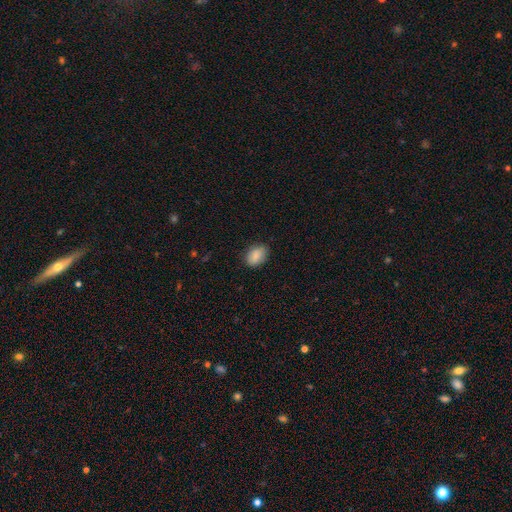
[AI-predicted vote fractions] Q: Smooth or featured?
A: smooth (87%); runner-up: star or artifact (7%)
Q: How rounded?
A: in between (79%); runner-up: round (20%)
Q: Merging?
A: none (84%); runner-up: minor disturbance (12%)